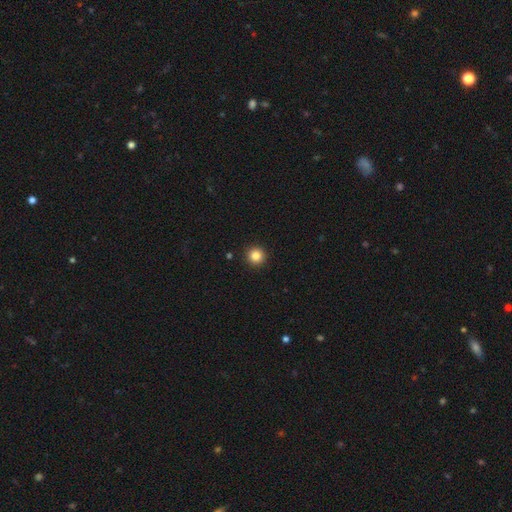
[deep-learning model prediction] A smooth galaxy with no disk features (85%) that is round (96%). Merging: none (93%).